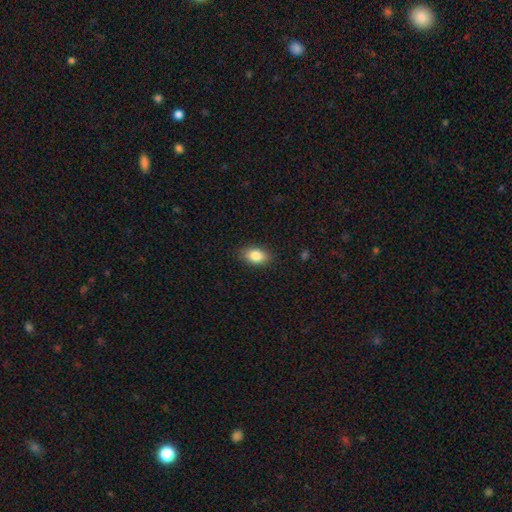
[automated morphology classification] Q: Smooth or featured?
A: smooth (85%); runner-up: star or artifact (8%)
Q: How rounded?
A: in between (87%); runner-up: round (11%)
Q: Merging?
A: none (87%); runner-up: minor disturbance (10%)